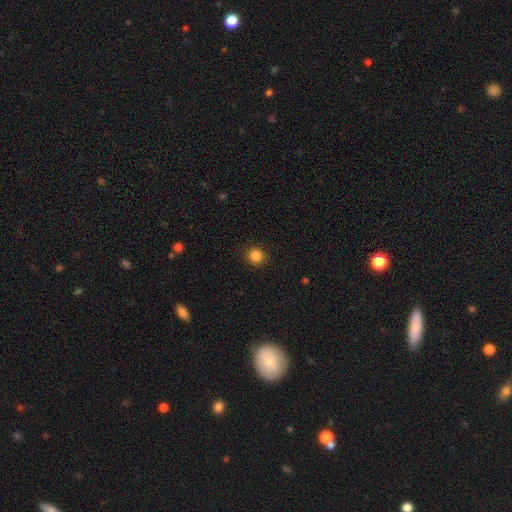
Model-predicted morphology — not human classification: type=smooth (85%); roundness=round (91%); merging=none (91%).